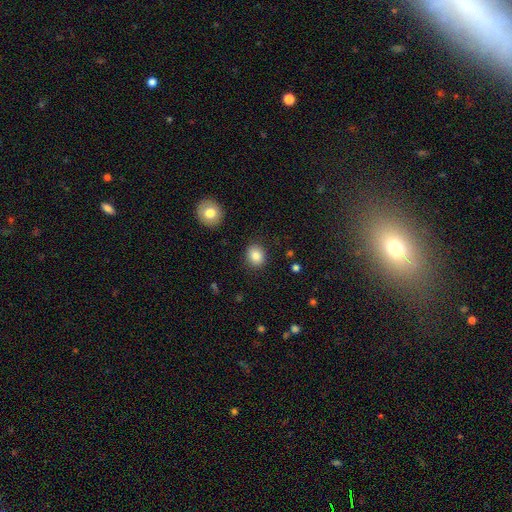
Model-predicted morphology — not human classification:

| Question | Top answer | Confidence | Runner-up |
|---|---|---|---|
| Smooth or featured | smooth | 84% | star or artifact (9%) |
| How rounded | round | 64% | in between (35%) |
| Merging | none | 88% | minor disturbance (8%) |